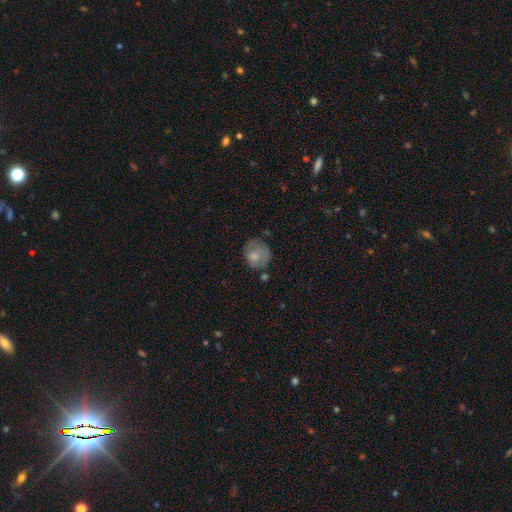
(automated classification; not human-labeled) Overall: smooth (66%). How rounded: round (69%; in between 30%). Merging: none (49%; minor disturbance 30%).